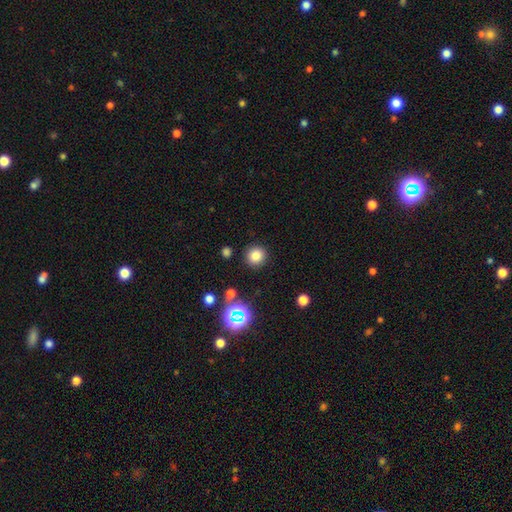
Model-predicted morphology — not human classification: A smooth galaxy with no disk features (79%) that is round (93%). Merging: none (89%).